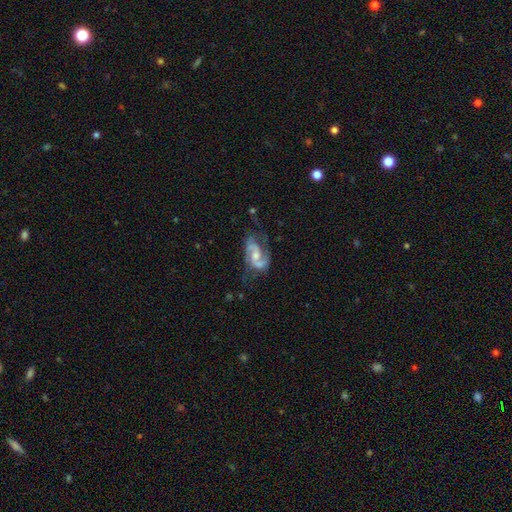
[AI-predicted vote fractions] The model was most divided on "bar": no: 45%, weak: 43%, strong: 11%. More confident: edge-on disk — no (97%); spiral arms — yes (95%); spiral arm count — 2 (89%); smooth or featured — featured or disk (85%); merging — none (60%); bulge size — moderate (53%); spiral winding — medium (51%).